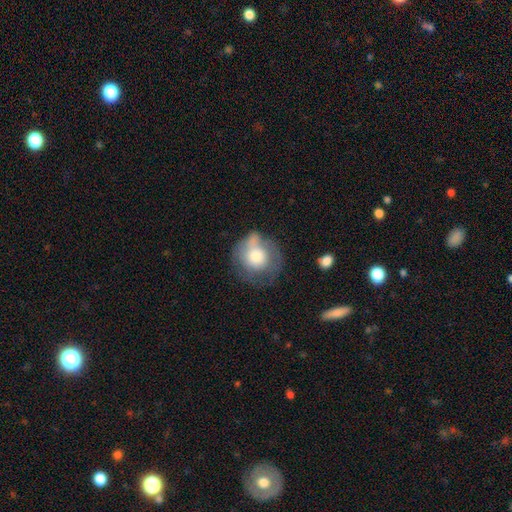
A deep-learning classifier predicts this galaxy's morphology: A smooth galaxy with no disk features (61%) that is round (84%). Merging: none (47%).